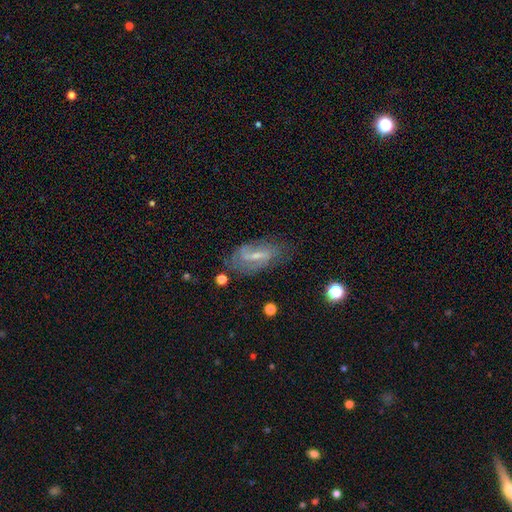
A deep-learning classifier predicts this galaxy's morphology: Q: Smooth or featured?
A: featured or disk (67%); runner-up: smooth (24%)
Q: Edge-on disk?
A: no (88%); runner-up: yes (12%)
Q: Bar?
A: weak (48%); runner-up: strong (31%)
Q: Spiral arms?
A: yes (80%); runner-up: no (20%)
Q: Bulge size?
A: small (58%); runner-up: moderate (29%)
Q: Merging?
A: none (63%); runner-up: minor disturbance (23%)